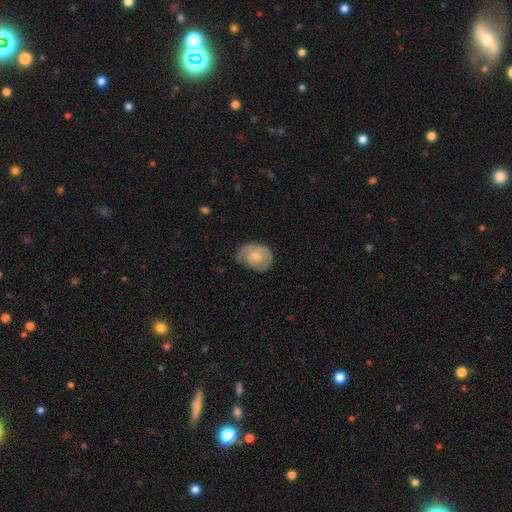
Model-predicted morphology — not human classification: Q: Smooth or featured?
A: smooth (54%); runner-up: featured or disk (40%)
Q: How rounded?
A: in between (63%); runner-up: round (36%)
Q: Merging?
A: none (53%); runner-up: minor disturbance (35%)